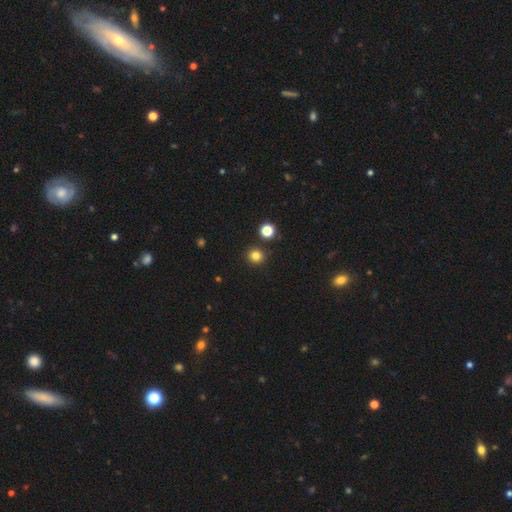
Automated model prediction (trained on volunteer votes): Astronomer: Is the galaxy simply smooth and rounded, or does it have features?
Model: smooth — 81%.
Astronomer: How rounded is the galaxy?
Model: round — 93%.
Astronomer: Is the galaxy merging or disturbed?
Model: none — 89%.